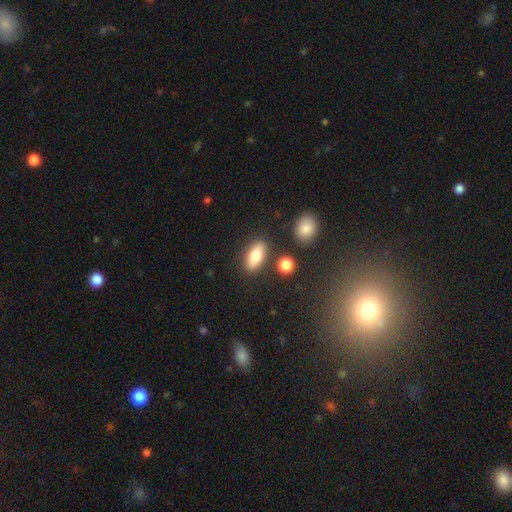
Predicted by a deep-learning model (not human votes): The model was most divided on "smooth or featured": smooth: 76%, featured or disk: 16%, star or artifact: 8%. More confident: merging — none (82%); how rounded — in between (81%).